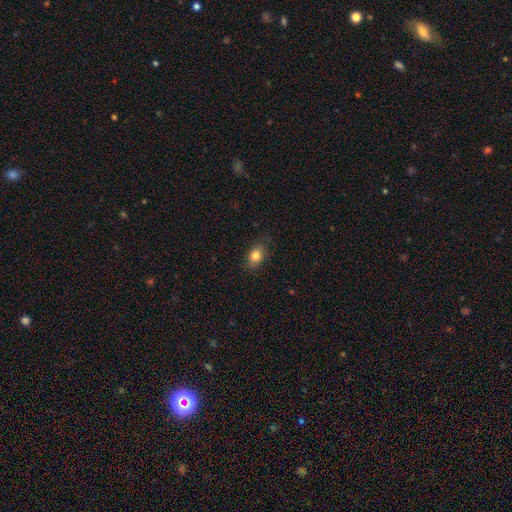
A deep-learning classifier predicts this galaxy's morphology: type=smooth (82%); roundness=in between (76%); merging=none (83%).